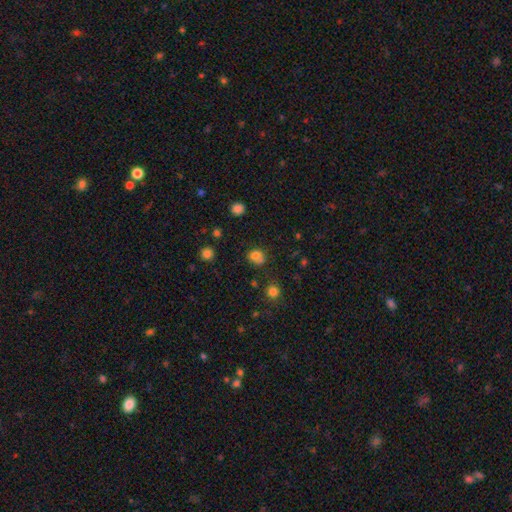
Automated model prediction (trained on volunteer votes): A smooth galaxy with no disk features (74%) that is round (64%). Merging: none (52%).